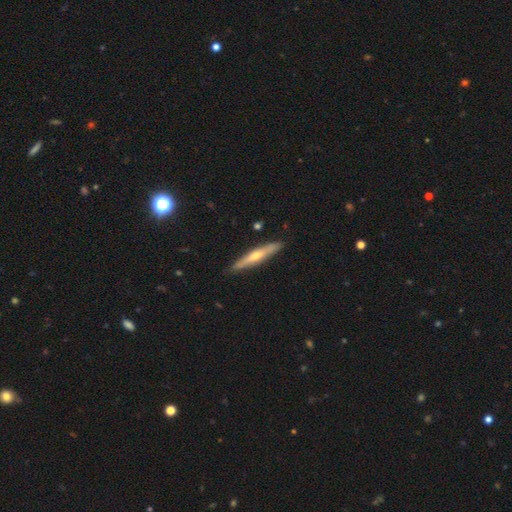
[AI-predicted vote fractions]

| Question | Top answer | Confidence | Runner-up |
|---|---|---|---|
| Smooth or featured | featured or disk | 61% | smooth (33%) |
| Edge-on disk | yes | 94% | no (6%) |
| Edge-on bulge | rounded | 83% | none (14%) |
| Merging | none | 89% | minor disturbance (9%) |